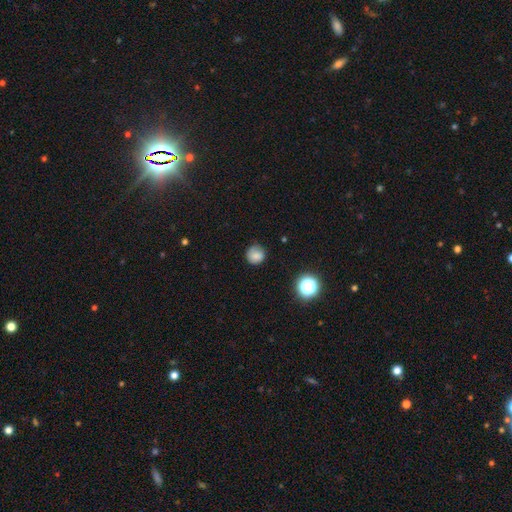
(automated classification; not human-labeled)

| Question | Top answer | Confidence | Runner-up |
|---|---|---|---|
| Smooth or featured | smooth | 78% | star or artifact (12%) |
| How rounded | round | 87% | in between (12%) |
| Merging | none | 71% | minor disturbance (21%) |